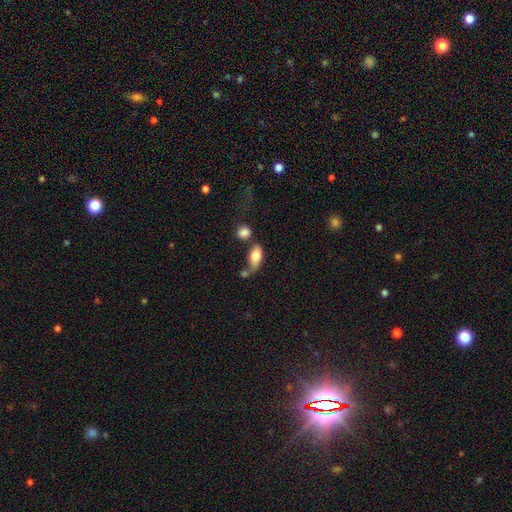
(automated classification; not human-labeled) smooth 78%, featured or disk 15%, star or artifact 7%. Down the decision tree: how rounded — in between (87%); merging — none (37%).